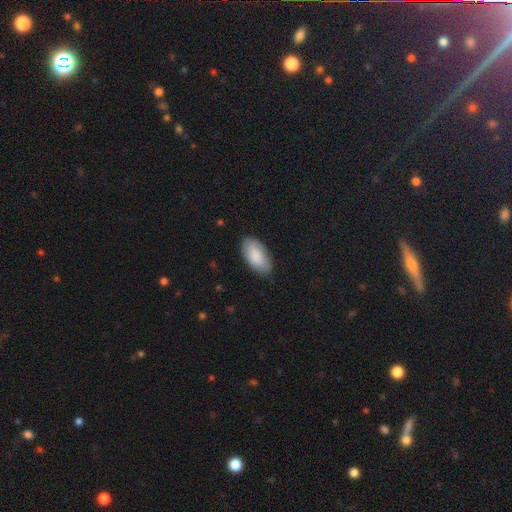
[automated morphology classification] smooth_or_featured: smooth (p=0.85) [alt: featured or disk p=0.09]
how_rounded: in between (p=0.95) [alt: cigar-shaped p=0.03]
merging: none (p=0.82) [alt: minor disturbance p=0.14]